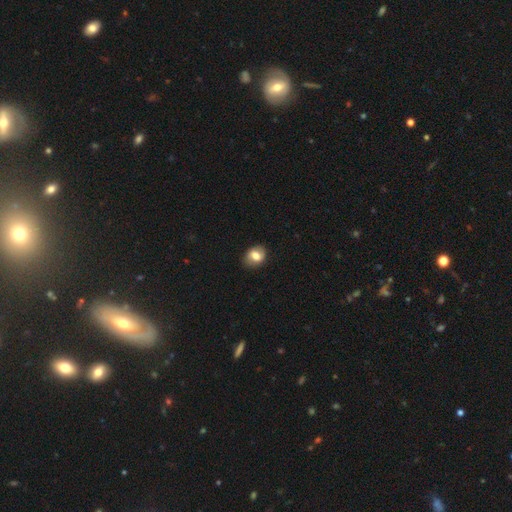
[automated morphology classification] smooth-or-featured: smooth: 66% | featured or disk: 25% | star or artifact: 8%
  how-rounded: in between: 58% | round: 40% | cigar-shaped: 1%
  merging: none: 80% | minor disturbance: 15% | major disturbance: 4% | merger: 1%